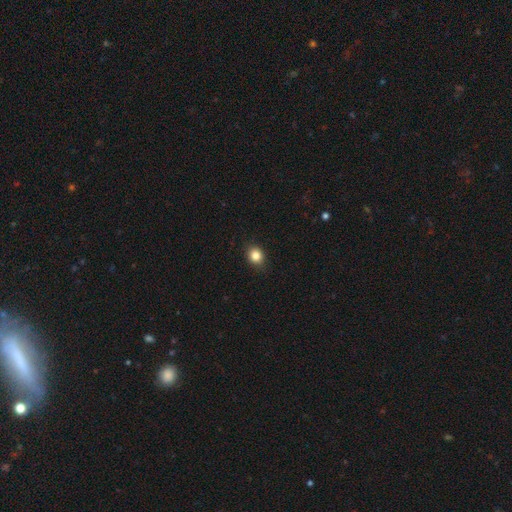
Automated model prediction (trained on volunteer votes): Overall: smooth (84%). How rounded: round (60%; in between 39%). Merging: none (88%).